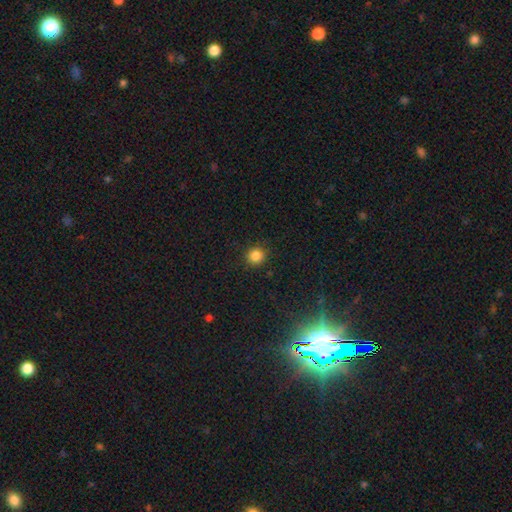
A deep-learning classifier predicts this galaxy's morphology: The model was most divided on "smooth or featured": smooth: 85%, star or artifact: 12%, featured or disk: 4%. More confident: how rounded — round (92%); merging — none (91%).